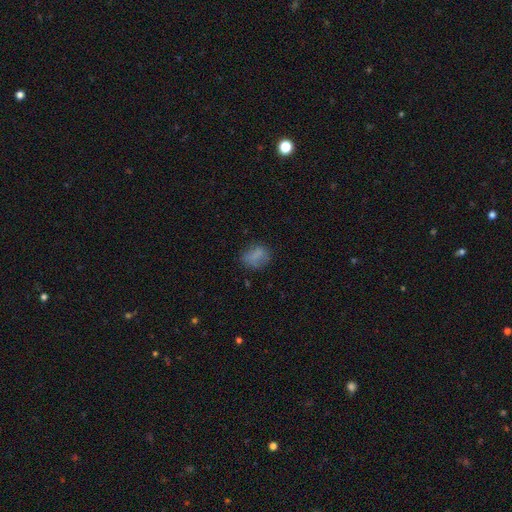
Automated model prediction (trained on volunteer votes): This is likely a smooth galaxy (77%). How rounded: likely in between (62%). Merging: likely none (66%).